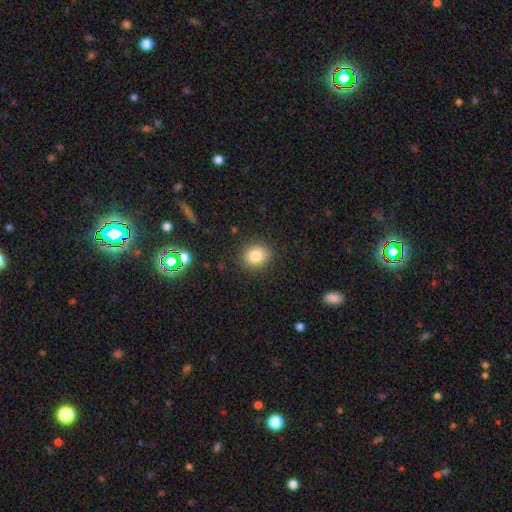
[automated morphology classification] Smooth or featured: smooth — 82% (star or artifact — 11%)
How rounded: round — 67% (in between — 32%)
Merging: none — 88% (minor disturbance — 8%)